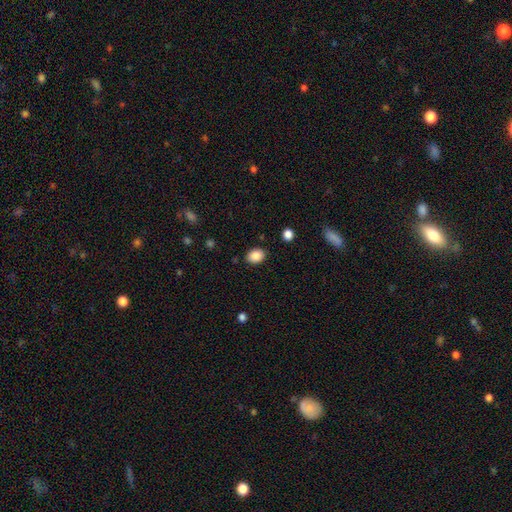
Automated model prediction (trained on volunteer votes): Overall: smooth (87%). How rounded: in between (70%). Merging: none (87%).